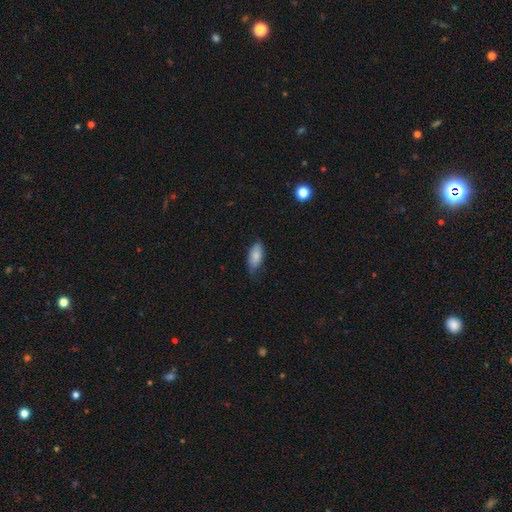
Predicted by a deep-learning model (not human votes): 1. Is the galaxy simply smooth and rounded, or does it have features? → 80% smooth, 13% featured or disk, 7% star or artifact.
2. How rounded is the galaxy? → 89% in between, 9% cigar-shaped, 3% round.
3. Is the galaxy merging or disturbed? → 60% none, 33% minor disturbance, 6% major disturbance, 1% merger.